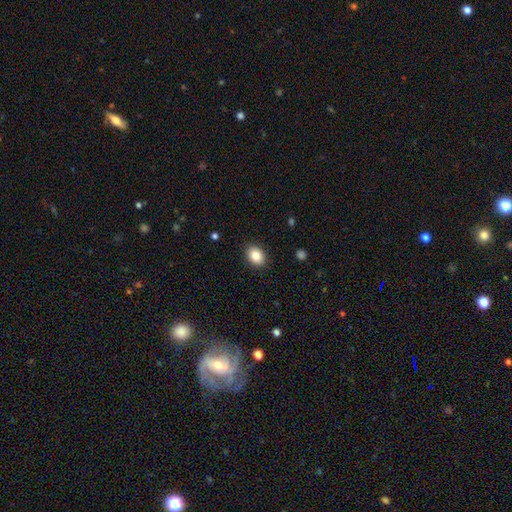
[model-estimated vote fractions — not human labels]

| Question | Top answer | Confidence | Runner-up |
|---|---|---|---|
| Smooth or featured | smooth | 85% | star or artifact (8%) |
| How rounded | in between | 63% | round (36%) |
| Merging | none | 89% | minor disturbance (8%) |